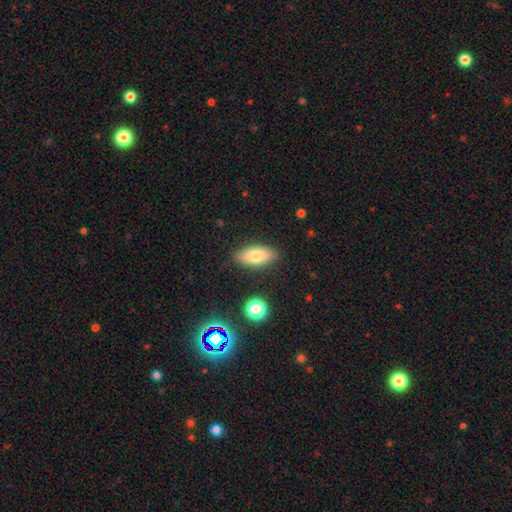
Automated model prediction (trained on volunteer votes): A smooth galaxy with no disk features (77%) that is in between round and cigar-shaped (82%). Merging: none (86%).